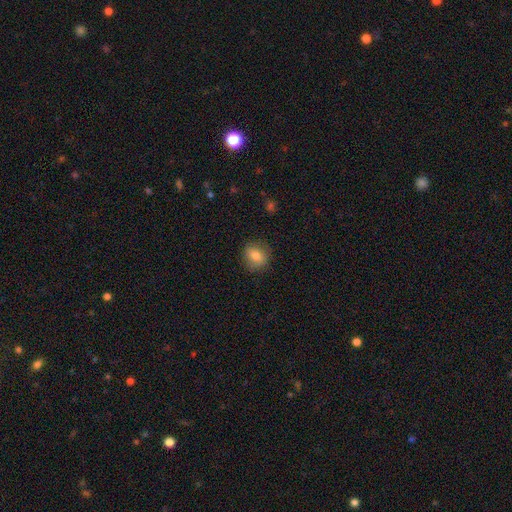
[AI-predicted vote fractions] A smooth galaxy with no disk features (78%) that is round (76%). Merging: none (83%).